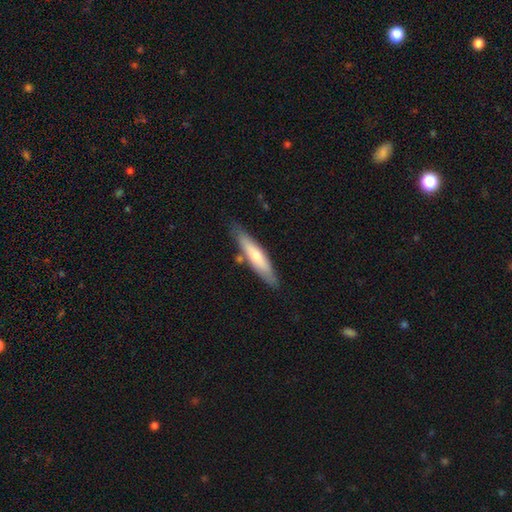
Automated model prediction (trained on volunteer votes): A smooth galaxy with no disk features (50%) that is cigar-shaped (84%).

Vote fractions:
- Smooth or featured? smooth: 50% / featured or disk: 43% / star or artifact: 7%
- How rounded? cigar-shaped: 84% / in between: 14% / round: 1%
- Merging? none: 82% / minor disturbance: 12% / merger: 4% / major disturbance: 2%